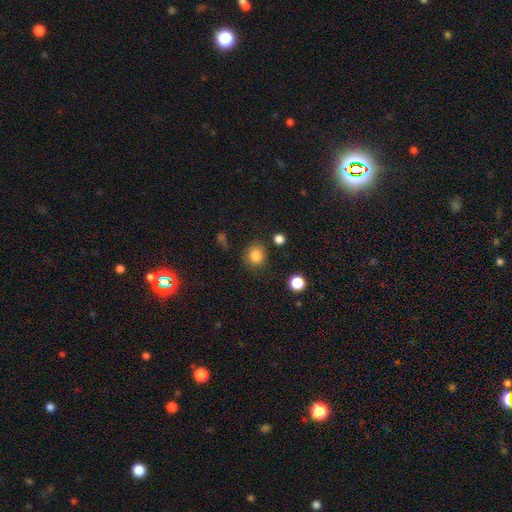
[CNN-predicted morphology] Overall: smooth (84%). How rounded: round (77%). Merging: none (79%).